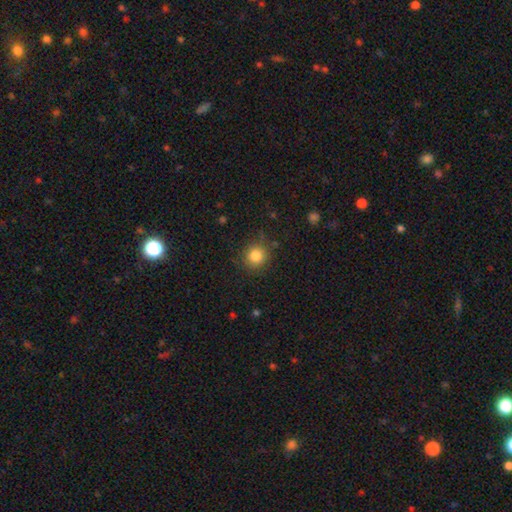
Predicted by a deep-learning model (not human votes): Smooth or featured: smooth — 83% (star or artifact — 11%)
How rounded: round — 90% (in between — 9%)
Merging: none — 86% (minor disturbance — 9%)